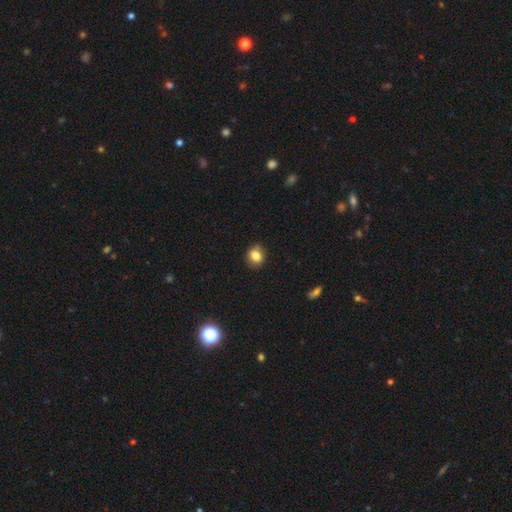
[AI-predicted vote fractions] Smooth or featured? smooth (81%)
How rounded? round (52%)
Merging? none (78%)